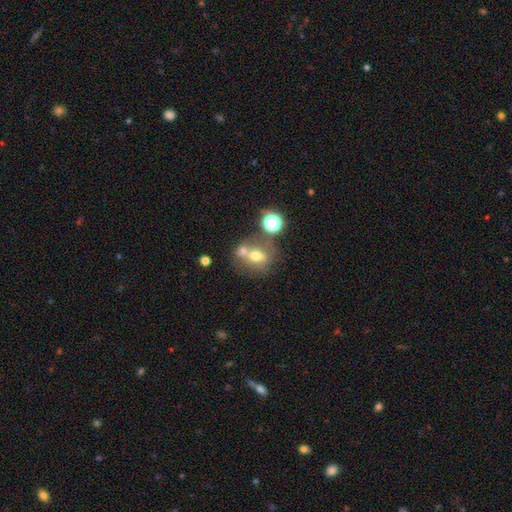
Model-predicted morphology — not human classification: Smooth or featured? smooth (56%)
How rounded? round (56%)
Merging? none (41%)